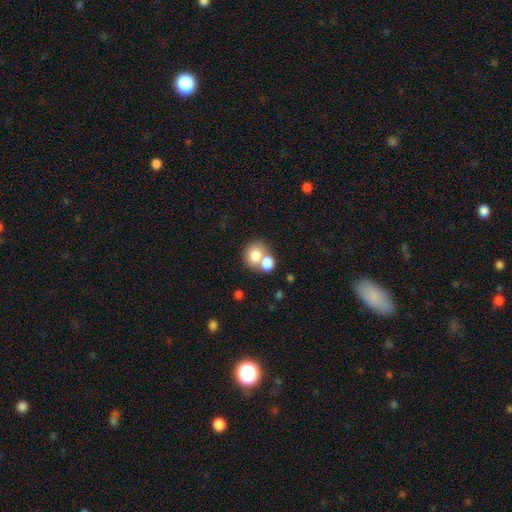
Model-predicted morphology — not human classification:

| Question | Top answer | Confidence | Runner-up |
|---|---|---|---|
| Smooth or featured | smooth | 77% | featured or disk (14%) |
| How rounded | round | 60% | in between (39%) |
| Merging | merger | 57% | none (32%) |